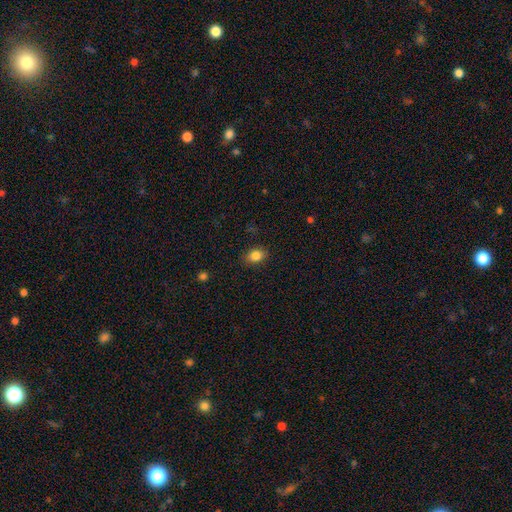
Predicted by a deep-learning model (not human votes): This is clearly a smooth galaxy (84%). How rounded: likely in between (67%). Merging: clearly none (87%).